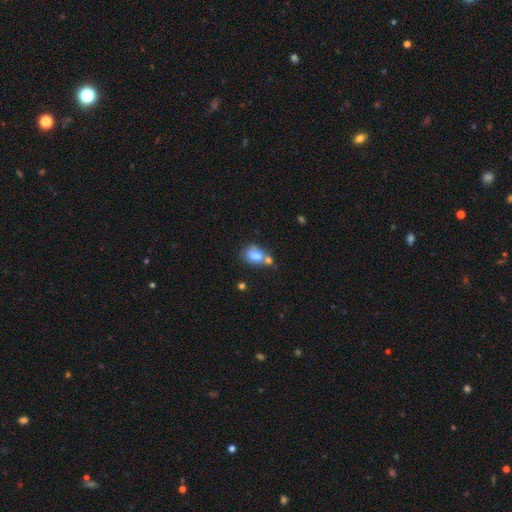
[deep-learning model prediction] The model was most divided on "merging": merger: 42%, none: 33%, minor disturbance: 17%, major disturbance: 8%. More confident: smooth or featured — smooth (76%); how rounded — in between (71%).